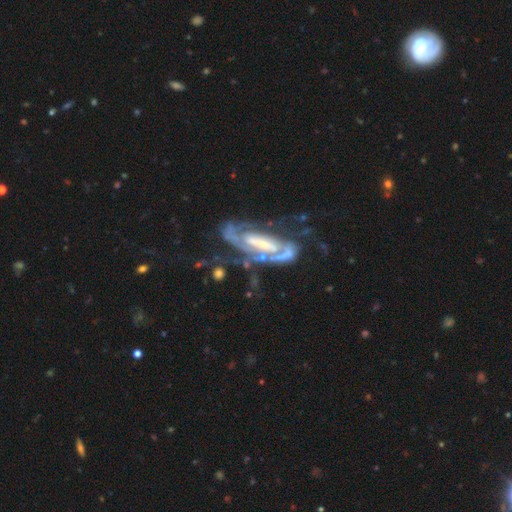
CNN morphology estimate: The model was most divided on "spiral winding": tight: 45%, medium: 42%, loose: 14%. Remaining: spiral arms — yes (93%); edge-on disk — no (90%); smooth or featured — featured or disk (86%); spiral arm count — 2 (65%); merging — none (47%); bar — strong (44%); bulge size — small (41%).